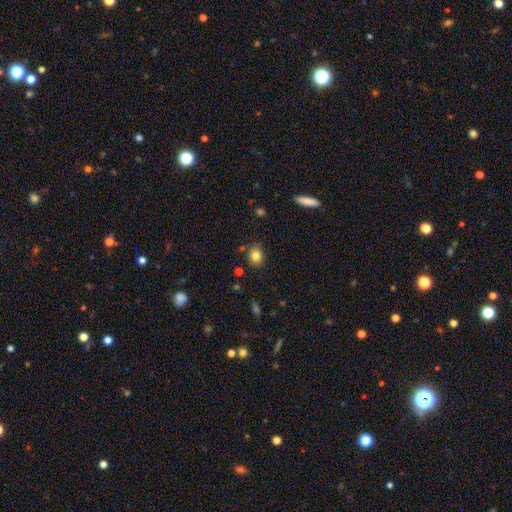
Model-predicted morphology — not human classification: Smooth or featured? smooth (82%)
How rounded? round (60%)
Merging? none (80%)